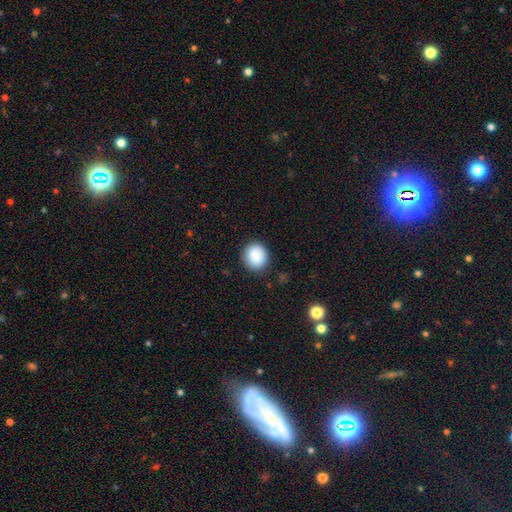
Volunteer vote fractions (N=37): Q: Smooth or featured?
A: smooth (89%); runner-up: featured or disk (5%)
Q: How rounded?
A: round (91%); runner-up: in between (9%)
Q: Merging?
A: none (89%); runner-up: minor disturbance (6%)